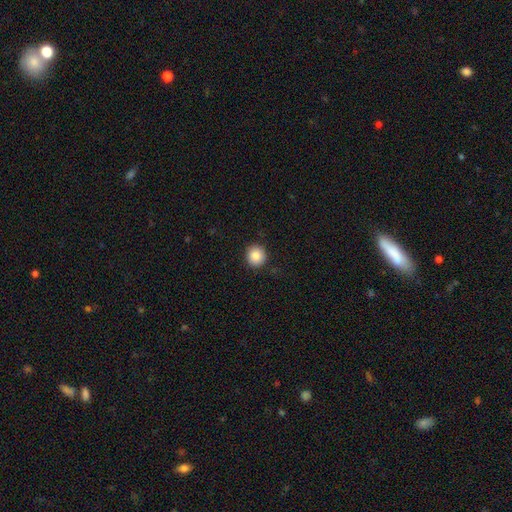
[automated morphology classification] This is clearly a smooth galaxy (85%). How rounded: clearly round (91%). Merging: clearly none (90%).